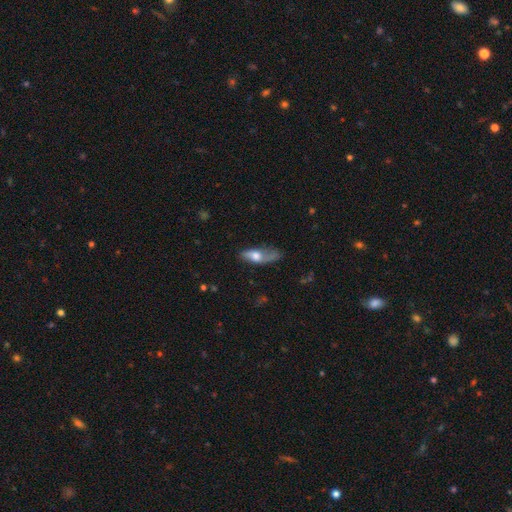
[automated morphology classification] Smooth or featured? Predicted: smooth (p=0.55). How rounded? Predicted: in between (p=0.62). Merging? Predicted: none (p=0.49).